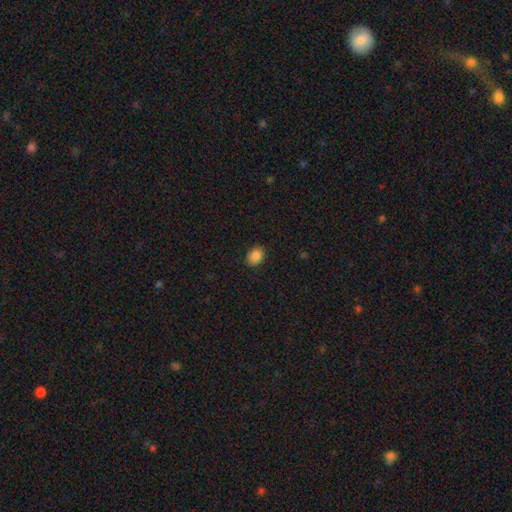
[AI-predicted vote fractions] Q: Smooth or featured?
A: smooth (87%); runner-up: star or artifact (9%)
Q: How rounded?
A: in between (70%); runner-up: round (29%)
Q: Merging?
A: none (87%); runner-up: minor disturbance (10%)